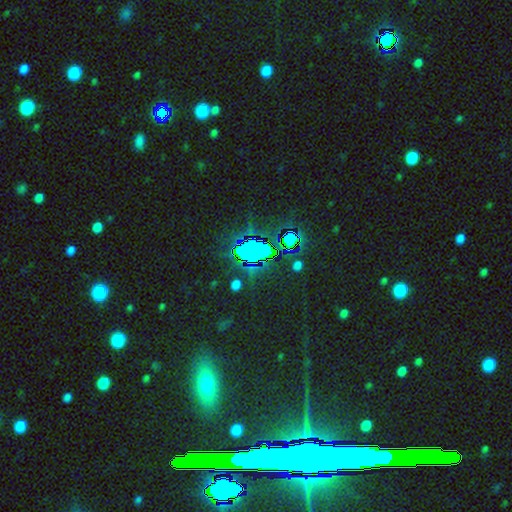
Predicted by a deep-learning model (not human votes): Smooth or featured: star or artifact — 73% (smooth — 18%)